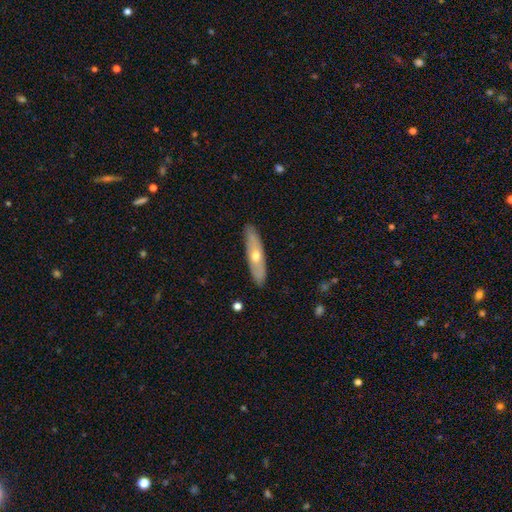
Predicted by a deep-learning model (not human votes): featured or disk 49%, smooth 45%, star or artifact 6%. Down the decision tree: merging — none (88%).